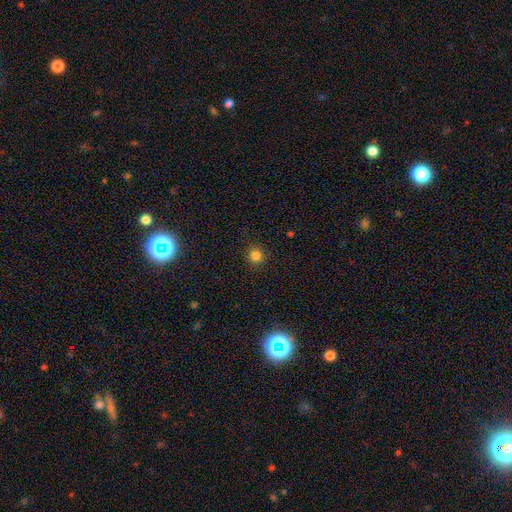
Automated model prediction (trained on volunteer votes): smooth 81%, star or artifact 14%, featured or disk 4%. Down the decision tree: how rounded — round (93%); merging — none (90%).